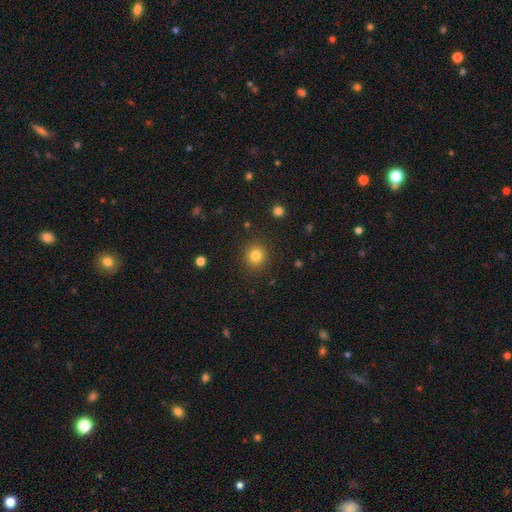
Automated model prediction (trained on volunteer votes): smooth_or_featured: smooth (p=0.81) [alt: star or artifact p=0.13]
how_rounded: round (p=0.89) [alt: in between p=0.10]
merging: none (p=0.89) [alt: minor disturbance p=0.07]